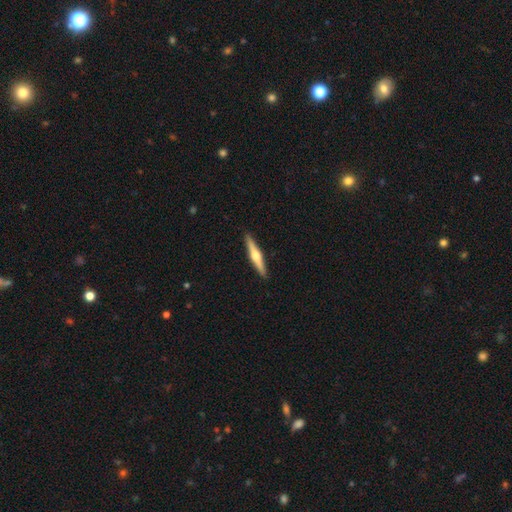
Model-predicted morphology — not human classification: featured or disk 65%, smooth 31%, star or artifact 5%. Down the decision tree: edge-on disk — yes (98%); edge-on bulge — rounded (93%); merging — none (92%).